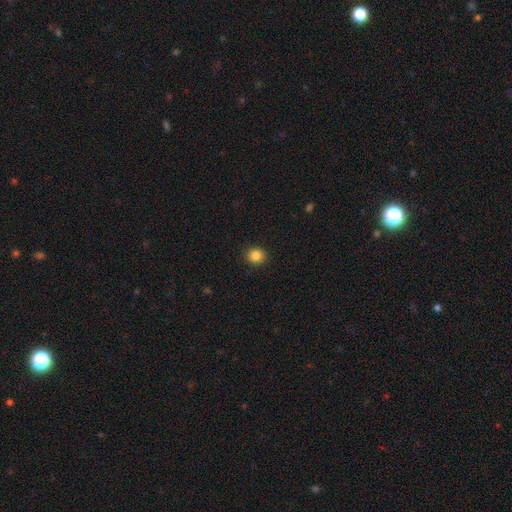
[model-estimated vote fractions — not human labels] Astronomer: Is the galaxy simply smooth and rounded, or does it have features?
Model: smooth — 86%.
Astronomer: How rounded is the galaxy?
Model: round — 80%.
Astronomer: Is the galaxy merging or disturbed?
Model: none — 91%.